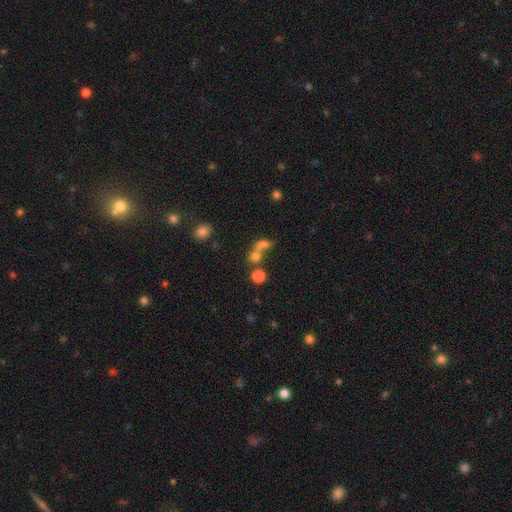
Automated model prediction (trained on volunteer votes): Smooth or featured? smooth (70%)
How rounded? round (70%)
Merging? merger (52%)